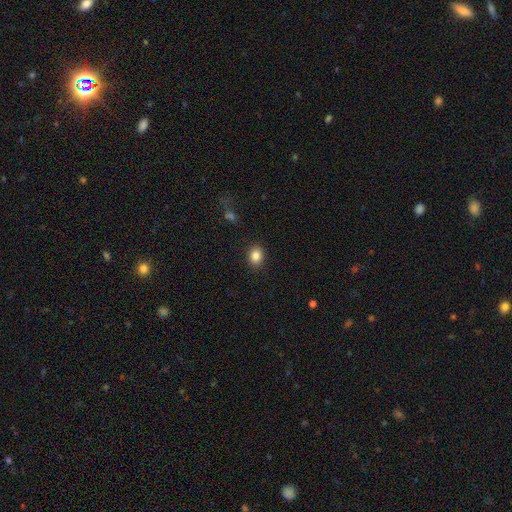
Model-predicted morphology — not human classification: Overall: smooth (85%). How rounded: in between (54%; round 45%). Merging: none (89%).